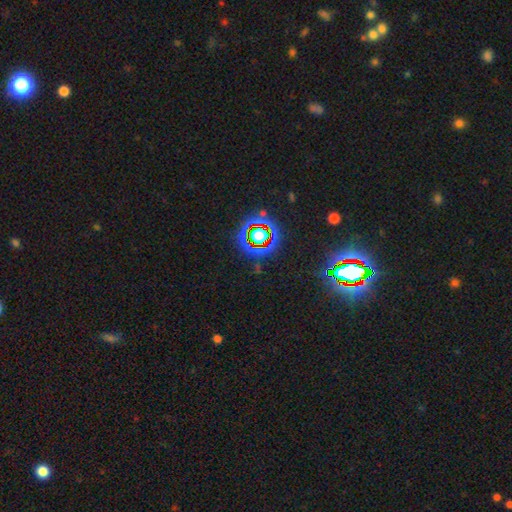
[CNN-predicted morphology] star or artifact 81%, smooth 10%, featured or disk 9%.